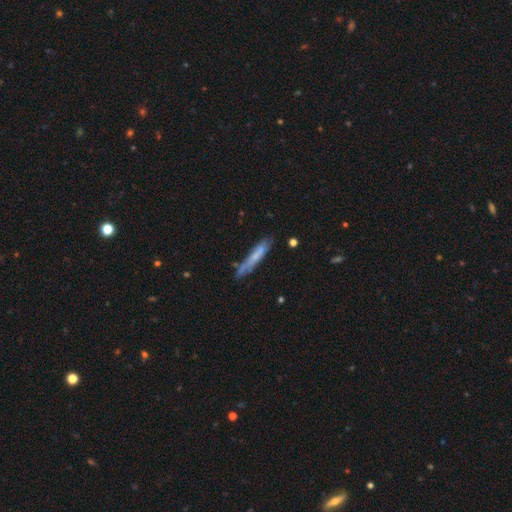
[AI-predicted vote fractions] A smooth galaxy with no disk features (57%) that is cigar-shaped (92%). Merging: none (69%).